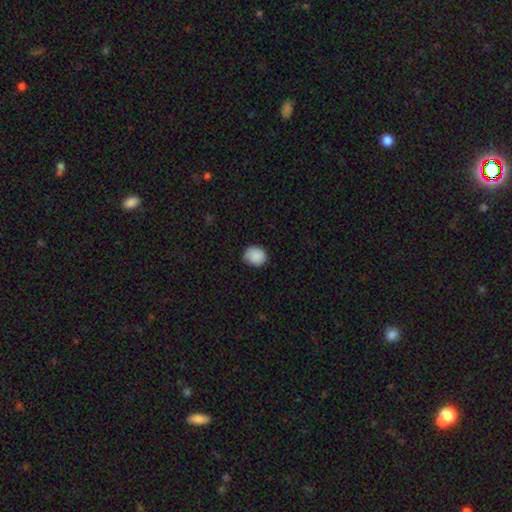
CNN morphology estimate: Q: Smooth or featured?
A: smooth (89%); runner-up: star or artifact (8%)
Q: How rounded?
A: round (69%); runner-up: in between (30%)
Q: Merging?
A: none (76%); runner-up: minor disturbance (20%)